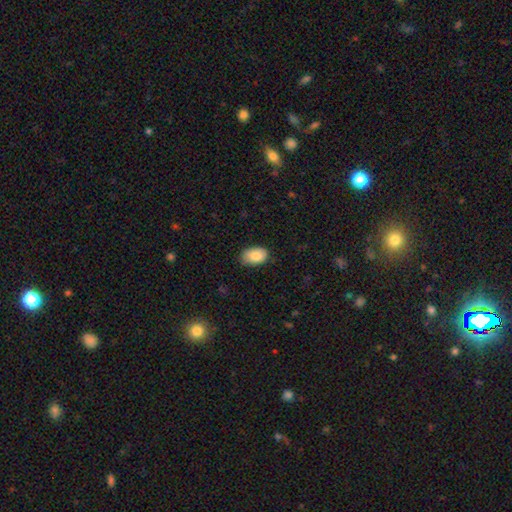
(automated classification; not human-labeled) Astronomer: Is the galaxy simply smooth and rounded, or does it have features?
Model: smooth — 86%.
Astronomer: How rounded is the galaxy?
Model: in between — 90%.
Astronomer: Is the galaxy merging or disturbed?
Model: none — 74%.